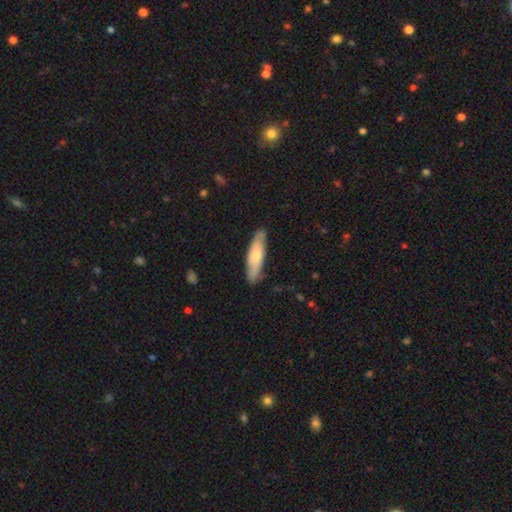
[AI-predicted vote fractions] smooth 64%, featured or disk 31%, star or artifact 5%. Down the decision tree: how rounded — cigar-shaped (69%); merging — none (83%).